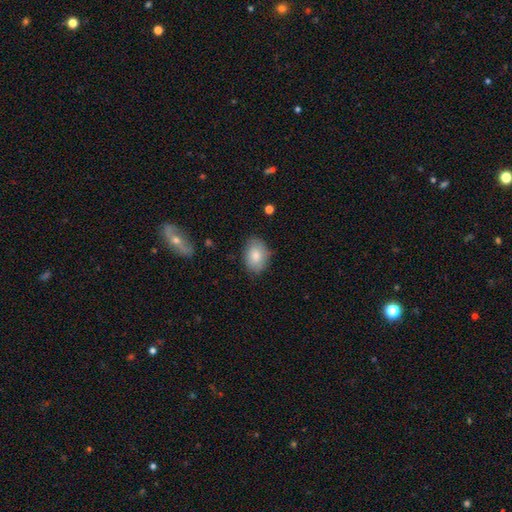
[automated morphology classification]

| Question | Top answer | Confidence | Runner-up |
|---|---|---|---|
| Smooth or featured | smooth | 83% | featured or disk (10%) |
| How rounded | in between | 82% | round (17%) |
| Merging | none | 80% | minor disturbance (16%) |